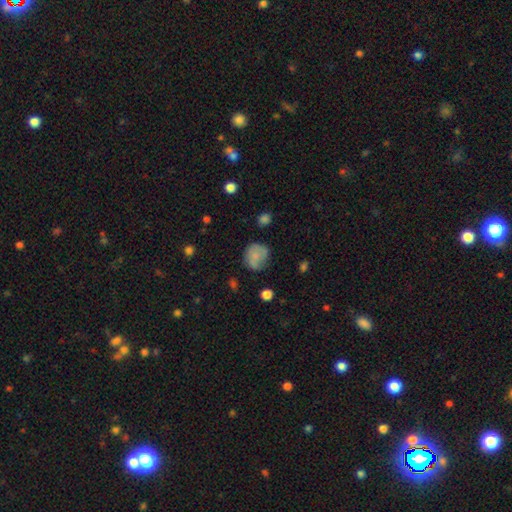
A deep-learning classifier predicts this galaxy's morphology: This appears to be a smooth galaxy with no disk features (73%) that is round (77%). Merging: none (57%).